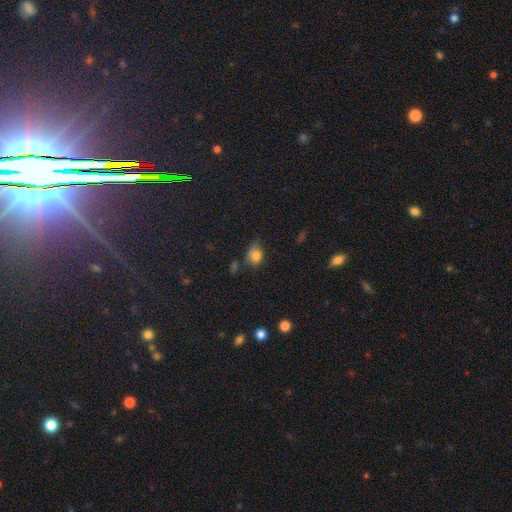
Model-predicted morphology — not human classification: smooth_or_featured: smooth (p=0.79) [alt: star or artifact p=0.13]
how_rounded: in between (p=0.49) [tied with: round p=0.49]
merging: none (p=0.45) [alt: minor disturbance p=0.38]